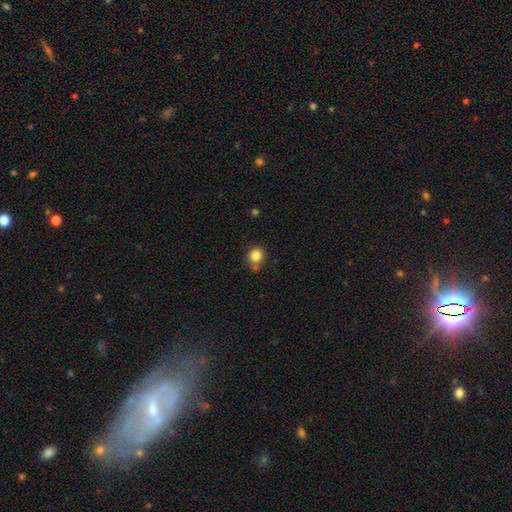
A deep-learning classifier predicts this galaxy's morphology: Smooth or featured? Predicted: smooth (p=0.83). How rounded? Predicted: round (p=0.89). Merging? Predicted: none (p=0.70).